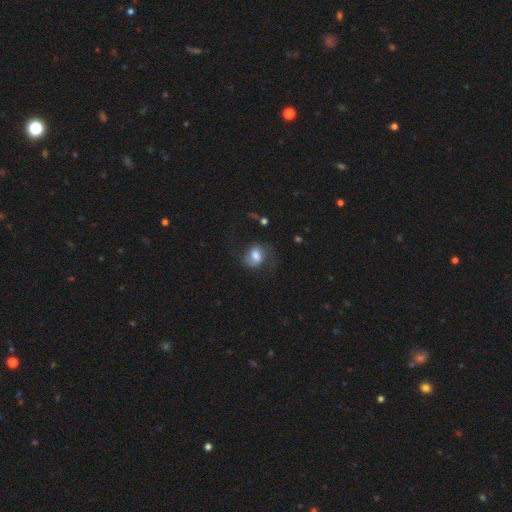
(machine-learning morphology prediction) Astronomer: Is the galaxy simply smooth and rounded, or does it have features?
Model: smooth — 56% (runner-up: featured or disk, 35%).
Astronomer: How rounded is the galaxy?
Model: in between — 52% (runner-up: round, 47%).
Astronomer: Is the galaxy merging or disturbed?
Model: none — 54%.